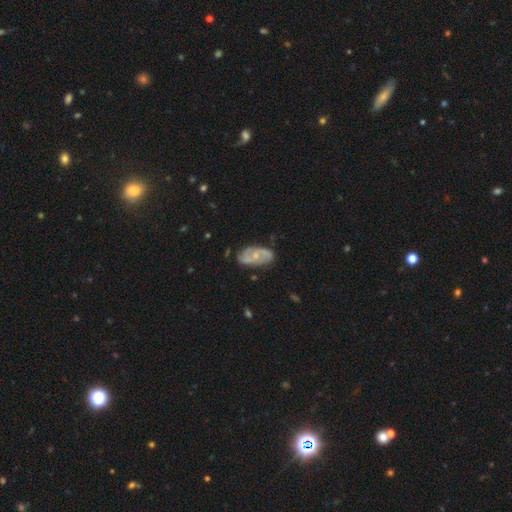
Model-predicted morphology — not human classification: smooth-or-featured: featured or disk: 73% | smooth: 21% | star or artifact: 6%
  disk-edge-on: no: 95% | yes: 5%
    bar: no: 58% | weak: 34% | strong: 8%
    has-spiral-arms: yes: 87% | no: 13%
      spiral-winding: medium: 45% | tight: 33% | loose: 22%
      spiral-arm-count: 2: 64% | can't tell: 18% | 3: 10% | 4: 3% | 1: 3% | more than 4: 2%
    bulge-size: small: 57% | moderate: 35% | none: 6% | large: 1% | dominant: 1%
  merging: none: 72% | minor disturbance: 21% | major disturbance: 5% | merger: 2%